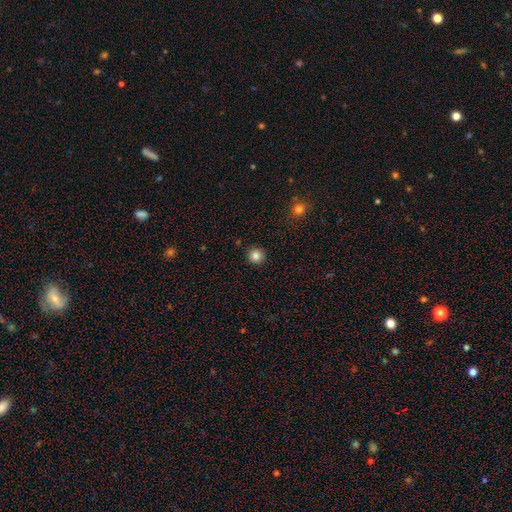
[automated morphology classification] Smooth or featured? smooth (85%)
How rounded? round (95%)
Merging? none (92%)